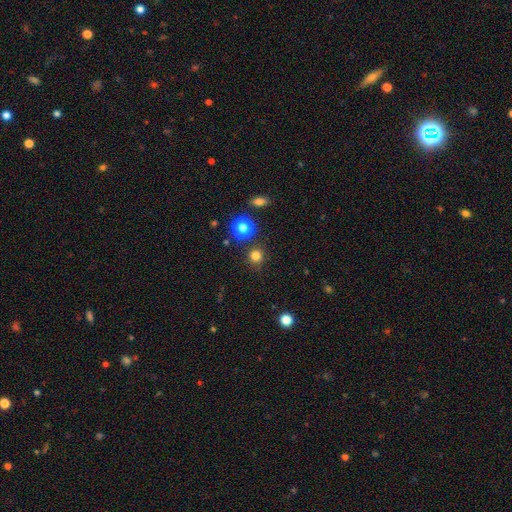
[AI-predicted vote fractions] Morphology: type=smooth (79%); roundness=round (92%); merging=none (87%).